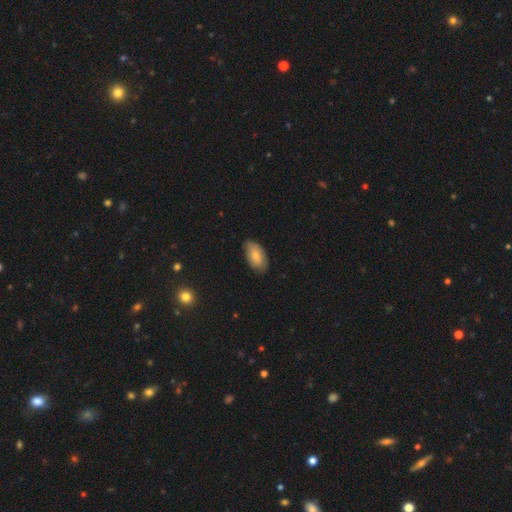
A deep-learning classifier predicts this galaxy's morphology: smooth 74%, featured or disk 19%, star or artifact 7%. Down the decision tree: how rounded — in between (94%); merging — none (74%).